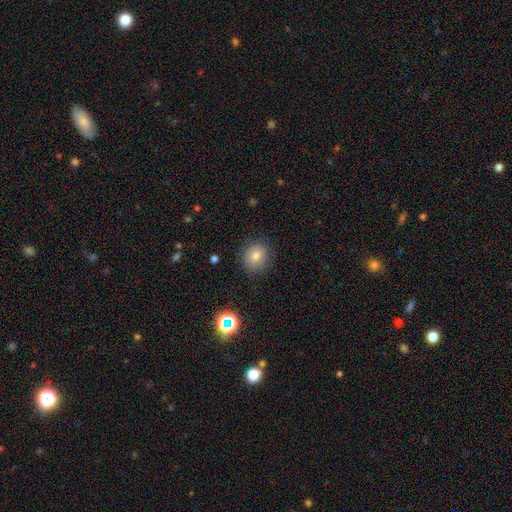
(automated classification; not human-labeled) Q: Smooth or featured?
A: smooth (74%); runner-up: star or artifact (15%)
Q: How rounded?
A: round (84%); runner-up: in between (15%)
Q: Merging?
A: none (85%); runner-up: minor disturbance (10%)